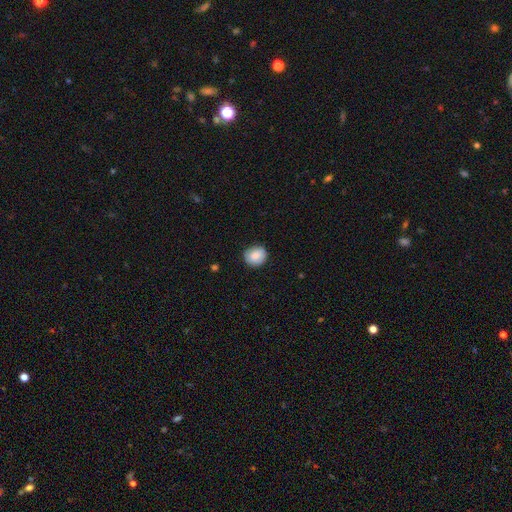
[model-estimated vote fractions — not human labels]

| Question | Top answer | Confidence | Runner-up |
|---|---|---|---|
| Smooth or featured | smooth | 83% | featured or disk (10%) |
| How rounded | round | 79% | in between (20%) |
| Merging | none | 83% | minor disturbance (13%) |